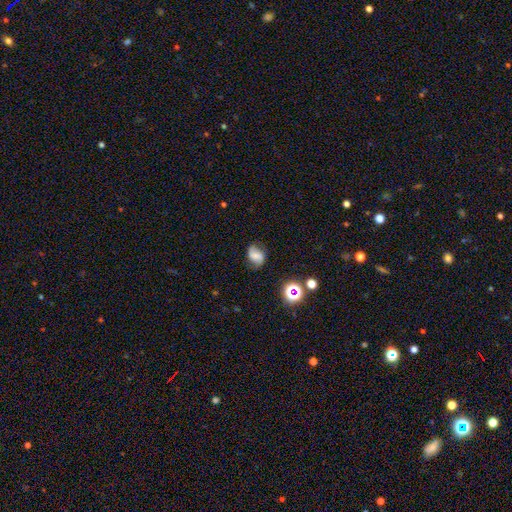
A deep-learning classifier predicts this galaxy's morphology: This appears to be a smooth galaxy with no disk features (47%). Merging: none (67%).